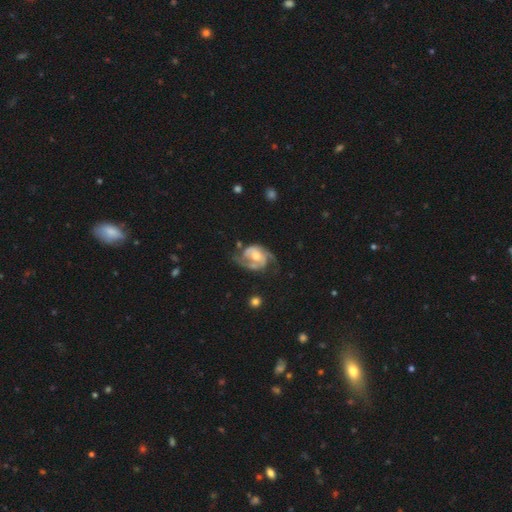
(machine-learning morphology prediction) Overall: featured or disk (81%). Edge-on disk: no (97%). Bar: no (57%; weak 33%). Spiral arms: yes (89%). Spiral arm count: 2 (73%). Spiral winding: medium (46%; tight 30%). Bulge size: moderate (63%; small 25%). Merging: none (45%; minor disturbance 25%).